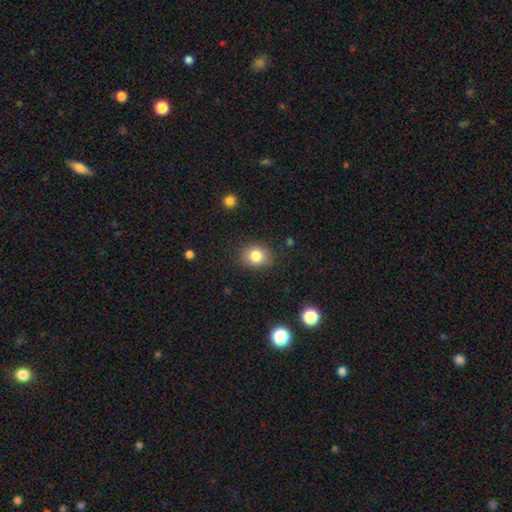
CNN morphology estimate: Smooth or featured?
  - smooth: 82% *
  - star or artifact: 10%
  - featured or disk: 8%
How rounded?
  - round: 60% *
  - in between: 39%
  - cigar-shaped: 1%
Merging?
  - none: 84% *
  - minor disturbance: 11%
  - major disturbance: 3%
  - merger: 1%